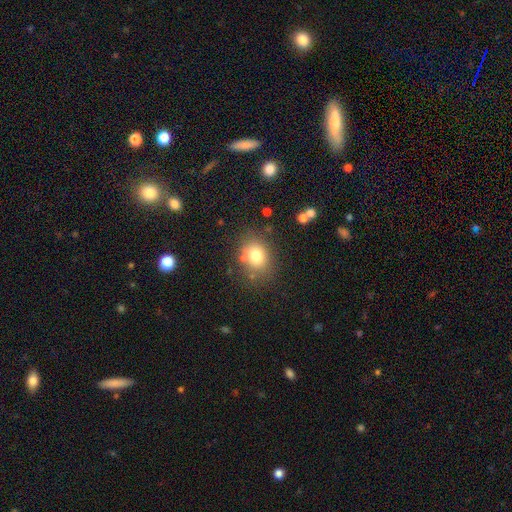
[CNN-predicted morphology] This is likely a smooth galaxy (77%). How rounded: possibly round (57%). Merging: likely none (75%).